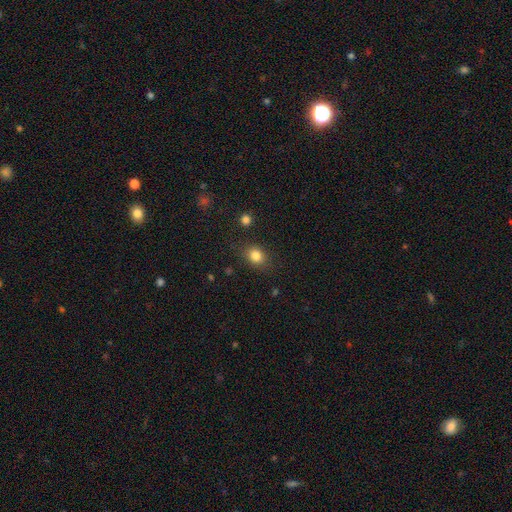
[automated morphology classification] This is clearly a smooth galaxy (83%). How rounded: possibly round (58%). Merging: clearly none (81%).